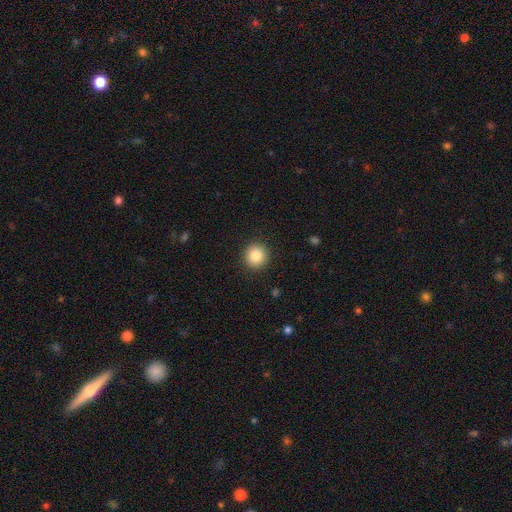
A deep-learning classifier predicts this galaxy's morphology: Overall: smooth (85%). How rounded: round (94%). Merging: none (92%).